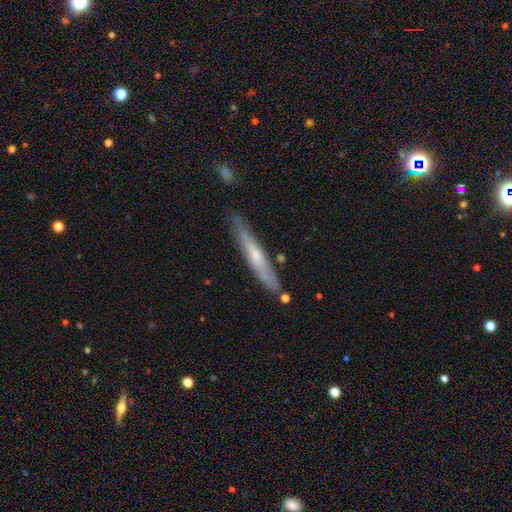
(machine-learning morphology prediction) Smooth or featured?
  - featured or disk: 50% *
  - smooth: 44%
  - star or artifact: 6%
Edge-on disk?
  - yes: 89% *
  - no: 11%
Merging?
  - none: 78% *
  - minor disturbance: 16%
  - merger: 4%
  - major disturbance: 3%